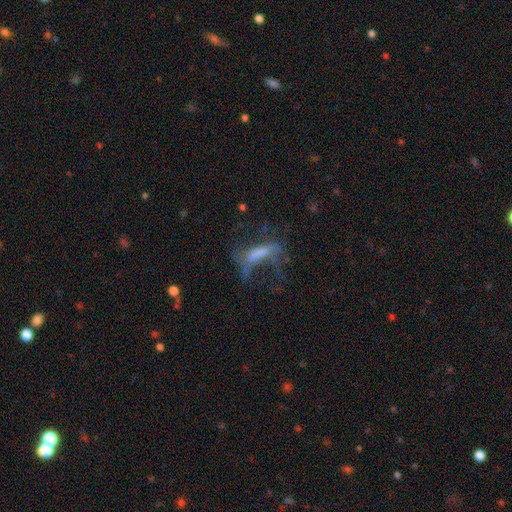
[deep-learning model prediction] Smooth or featured? featured or disk (51%)
Edge-on disk? no (82%)
Merging? major disturbance (45%)